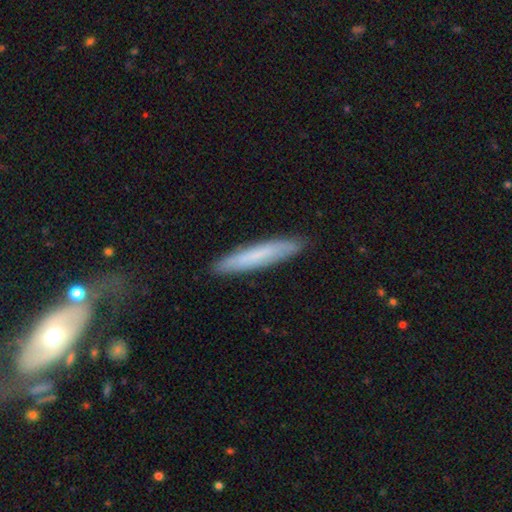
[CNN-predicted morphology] smooth-or-featured: smooth: 66% | featured or disk: 27% | star or artifact: 7%
  how-rounded: cigar-shaped: 92% | in between: 6% | round: 1%
  merging: none: 88% | minor disturbance: 9% | major disturbance: 2% | merger: 1%